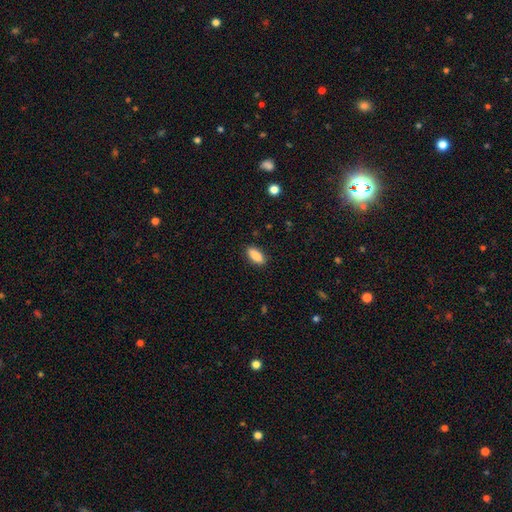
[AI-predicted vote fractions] Smooth or featured? Predicted: smooth (p=0.88). How rounded? Predicted: in between (p=0.78). Merging? Predicted: none (p=0.87).